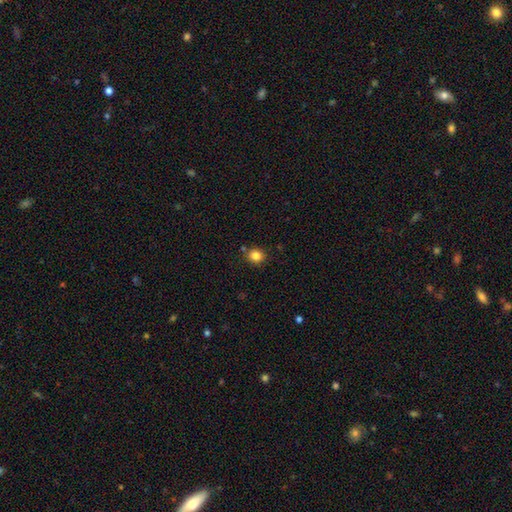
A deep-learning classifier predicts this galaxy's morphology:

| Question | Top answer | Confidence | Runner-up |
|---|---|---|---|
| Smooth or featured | smooth | 84% | star or artifact (11%) |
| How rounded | round | 79% | in between (20%) |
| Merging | none | 84% | minor disturbance (9%) |